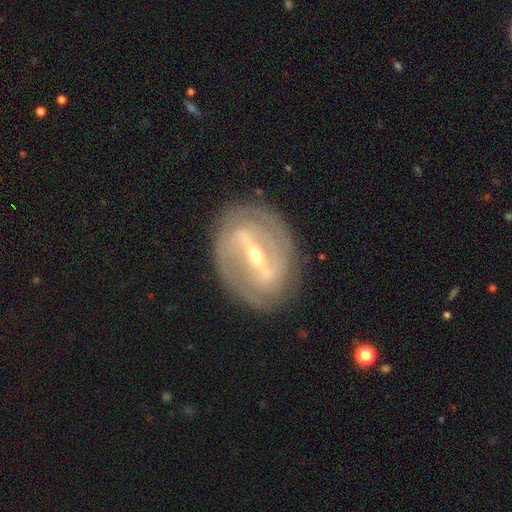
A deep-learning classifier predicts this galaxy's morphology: type=featured or disk (87%); edge-on=no (90%); bar=strong (79%); spiral arms=yes (81%); winding=tight (62%); arm count=2 (59%); bulge=small (59%); merging=none (82%).